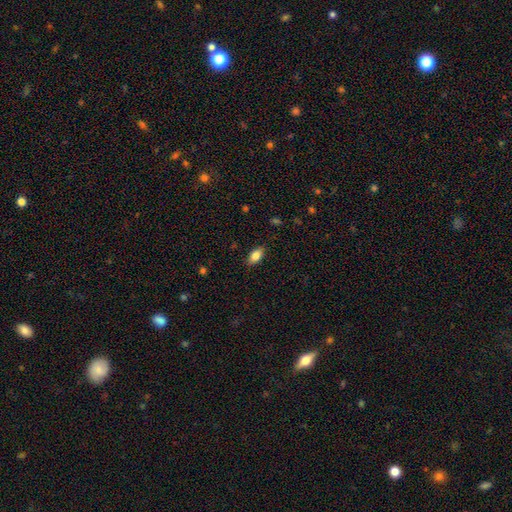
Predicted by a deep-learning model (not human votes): smooth_or_featured: smooth (p=0.81) [alt: featured or disk p=0.12]
how_rounded: in between (p=0.88) [alt: cigar-shaped p=0.07]
merging: none (p=0.87) [alt: minor disturbance p=0.10]